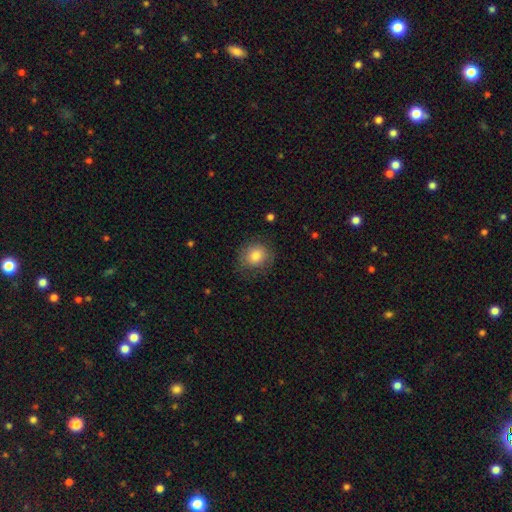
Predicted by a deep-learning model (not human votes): Smooth or featured? Predicted: smooth (p=0.80). How rounded? Predicted: round (p=0.83). Merging? Predicted: none (p=0.77).